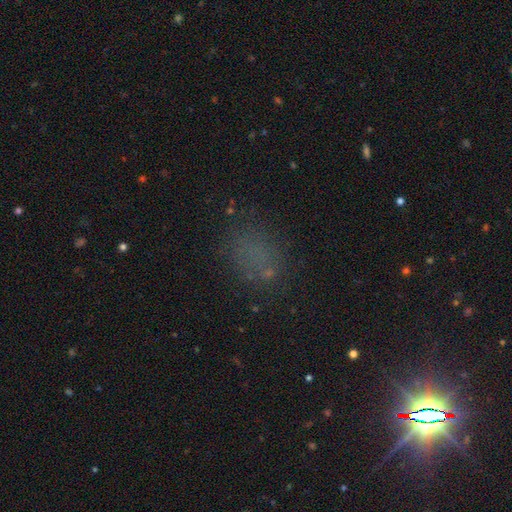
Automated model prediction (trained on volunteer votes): Smooth or featured?
  - smooth: 55% *
  - star or artifact: 33%
  - featured or disk: 12%
How rounded?
  - in between: 62% *
  - round: 36%
  - cigar-shaped: 3%
Merging?
  - none: 73% *
  - minor disturbance: 15%
  - major disturbance: 9%
  - merger: 3%